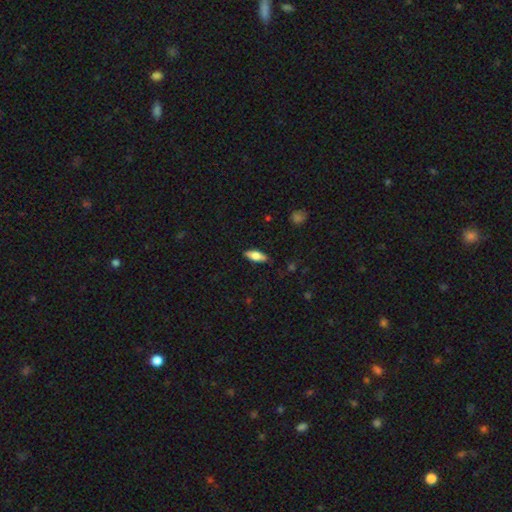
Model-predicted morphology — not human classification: The model was most divided on "smooth or featured": smooth: 67%, featured or disk: 27%, star or artifact: 6%. More confident: merging — none (85%); how rounded — in between (73%).